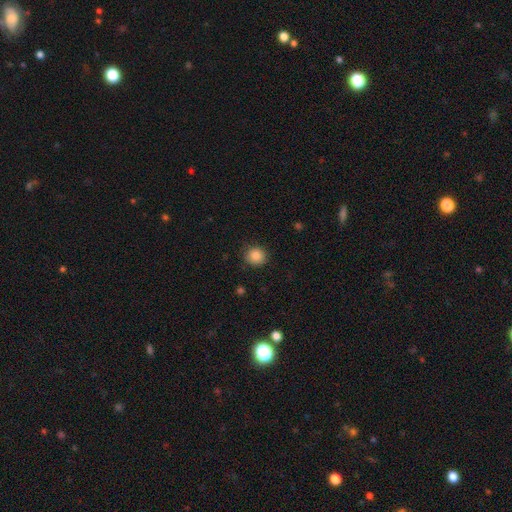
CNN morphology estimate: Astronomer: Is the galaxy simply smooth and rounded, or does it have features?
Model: smooth — 87%.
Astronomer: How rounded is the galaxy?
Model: round — 87%.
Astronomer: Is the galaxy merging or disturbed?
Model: none — 87%.